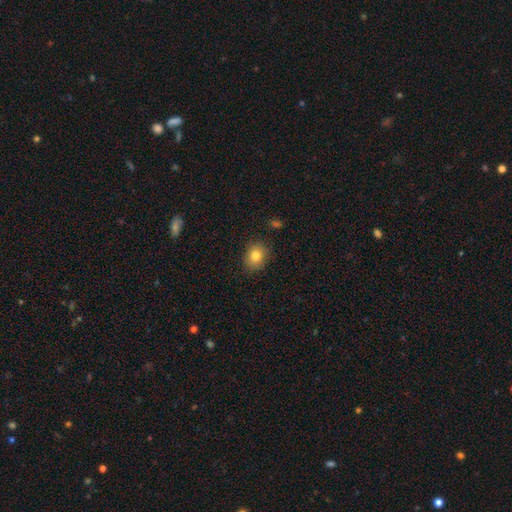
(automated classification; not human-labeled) Q: Smooth or featured?
A: smooth (81%); runner-up: star or artifact (10%)
Q: How rounded?
A: round (62%); runner-up: in between (37%)
Q: Merging?
A: none (87%); runner-up: minor disturbance (10%)